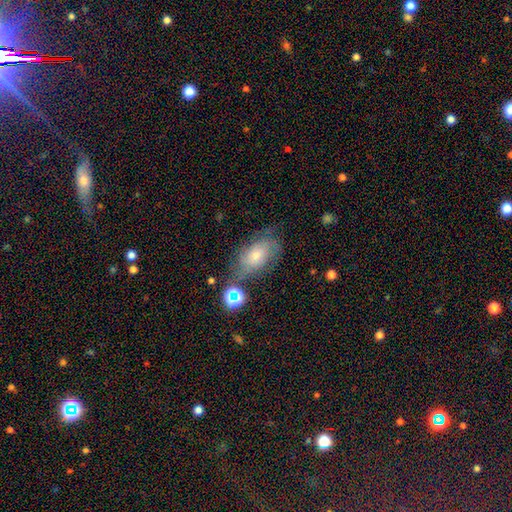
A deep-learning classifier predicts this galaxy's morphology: smooth-or-featured: featured or disk: 46% | smooth: 38% | star or artifact: 15%
  merging: none: 58% | minor disturbance: 24% | major disturbance: 13% | merger: 6%